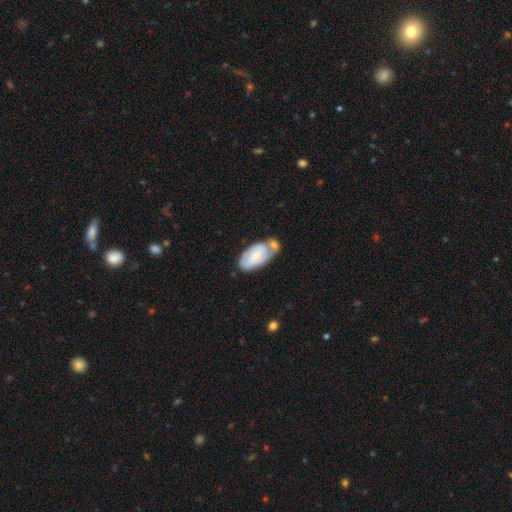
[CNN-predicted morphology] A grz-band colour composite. It shows a featured or disk galaxy (48%). Merging: merger (35%, tied with none).